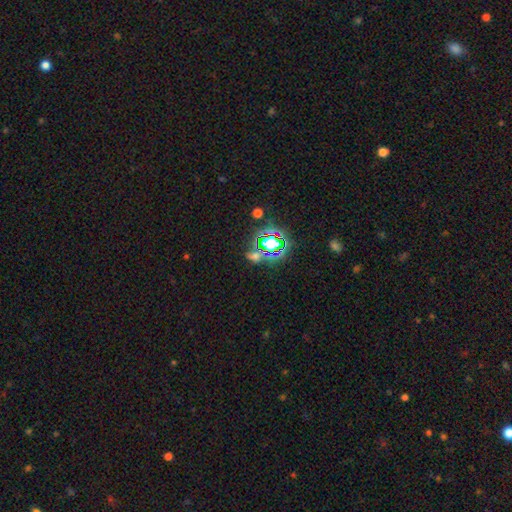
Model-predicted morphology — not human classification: A star or artifact, not a galaxy (60%).

Vote fractions:
- Smooth or featured? star or artifact: 60% / smooth: 29% / featured or disk: 10%